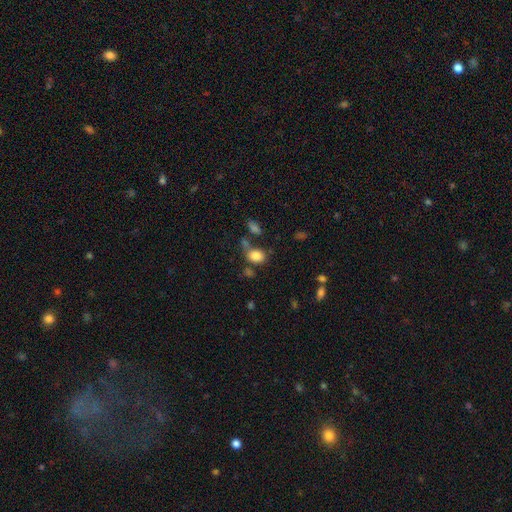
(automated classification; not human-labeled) Smooth or featured?
  - smooth: 83% *
  - star or artifact: 10%
  - featured or disk: 7%
How rounded?
  - in between: 68% *
  - round: 31%
  - cigar-shaped: 1%
Merging?
  - none: 58% *
  - merger: 18%
  - minor disturbance: 17%
  - major disturbance: 7%